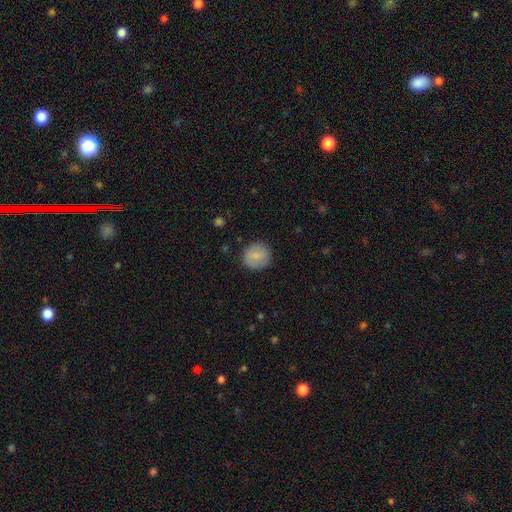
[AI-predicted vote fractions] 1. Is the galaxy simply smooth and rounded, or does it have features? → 77% smooth, 15% featured or disk, 7% star or artifact.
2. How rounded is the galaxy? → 88% round, 11% in between, 1% cigar-shaped.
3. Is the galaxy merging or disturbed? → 86% none, 10% minor disturbance, 3% major disturbance, 1% merger.